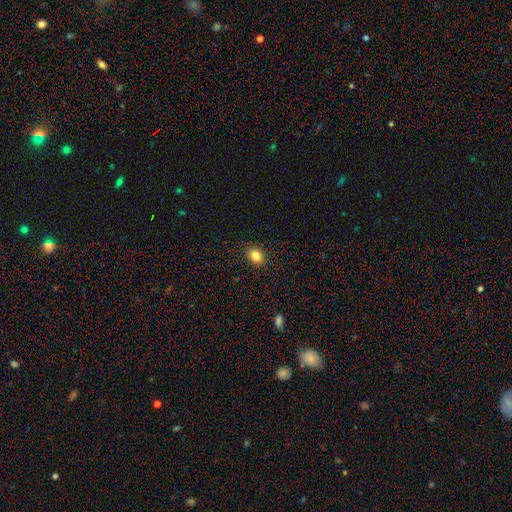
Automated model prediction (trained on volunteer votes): This is clearly a smooth galaxy (84%). How rounded: possibly round (52%). Merging: clearly none (90%).